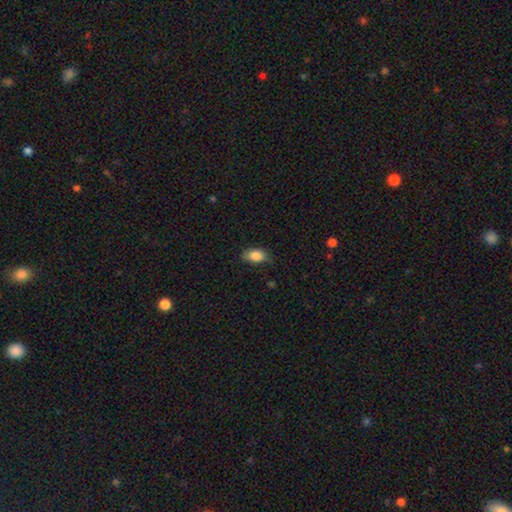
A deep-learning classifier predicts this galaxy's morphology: A smooth galaxy with no disk features (86%) that is in between round and cigar-shaped (88%). Merging: none (66%).